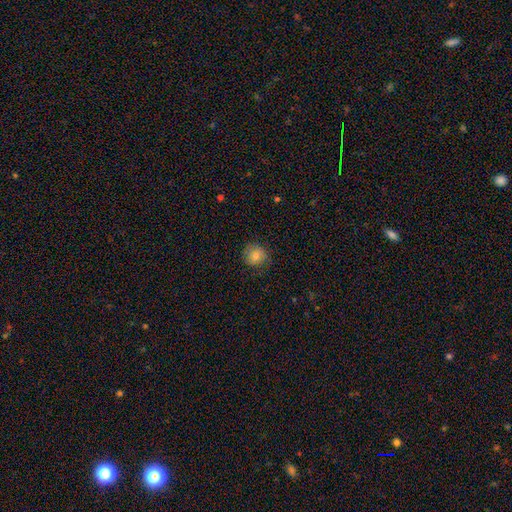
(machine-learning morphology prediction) smooth 75%, featured or disk 15%, star or artifact 10%. Down the decision tree: how rounded — round (86%); merging — none (77%).